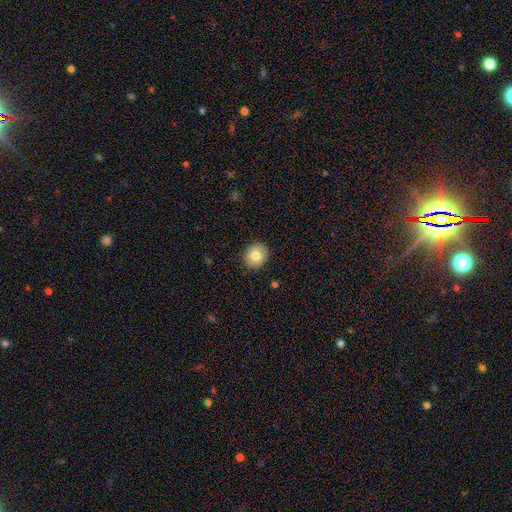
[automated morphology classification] smooth_or_featured: smooth (p=0.81) [alt: featured or disk p=0.10]
how_rounded: round (p=0.82) [alt: in between p=0.17]
merging: none (p=0.91) [alt: minor disturbance p=0.07]